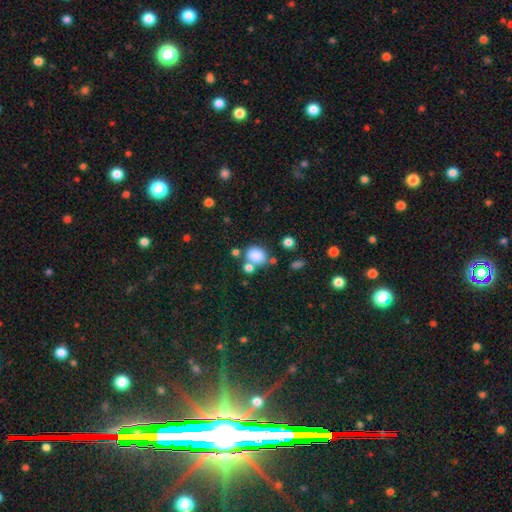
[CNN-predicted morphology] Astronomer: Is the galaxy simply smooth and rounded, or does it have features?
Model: smooth — 82%.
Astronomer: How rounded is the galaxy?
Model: round — 50% (runner-up: in between, 49%).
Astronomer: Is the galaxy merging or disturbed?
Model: none — 58%.